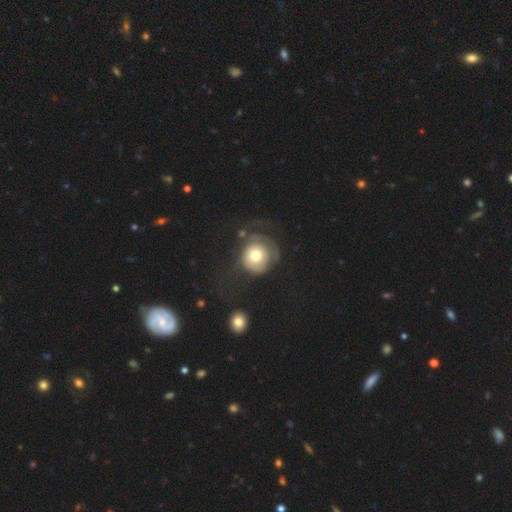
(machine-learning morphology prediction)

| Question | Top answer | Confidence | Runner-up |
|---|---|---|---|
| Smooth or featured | smooth | 59% | featured or disk (33%) |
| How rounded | round | 90% | in between (9%) |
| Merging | none | 40% | major disturbance (36%) |